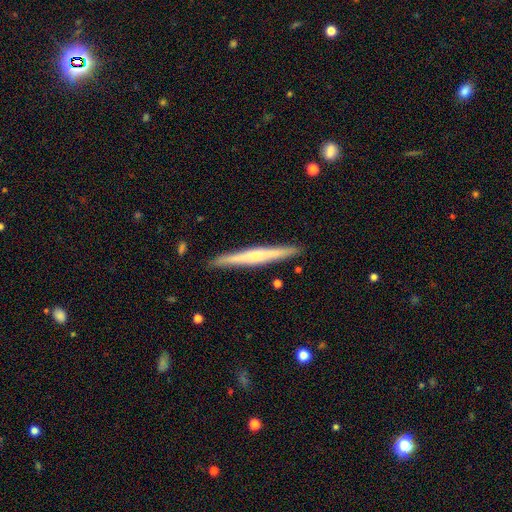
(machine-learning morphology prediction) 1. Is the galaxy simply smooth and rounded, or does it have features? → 61% featured or disk, 33% smooth, 6% star or artifact.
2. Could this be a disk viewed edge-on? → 97% yes, 3% no.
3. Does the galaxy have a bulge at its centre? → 60% rounded, 33% none, 7% boxy.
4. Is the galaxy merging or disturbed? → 91% none, 7% minor disturbance, 1% major disturbance, 1% merger.